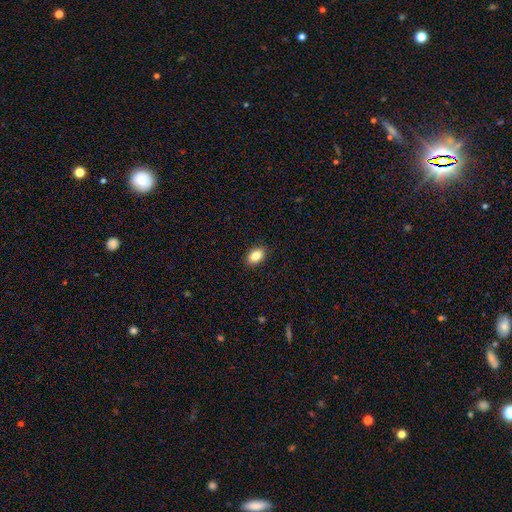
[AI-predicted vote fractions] Smooth or featured?
  - smooth: 85% *
  - star or artifact: 8%
  - featured or disk: 6%
How rounded?
  - in between: 88% *
  - round: 10%
  - cigar-shaped: 2%
Merging?
  - none: 90% *
  - minor disturbance: 8%
  - major disturbance: 2%
  - merger: 1%